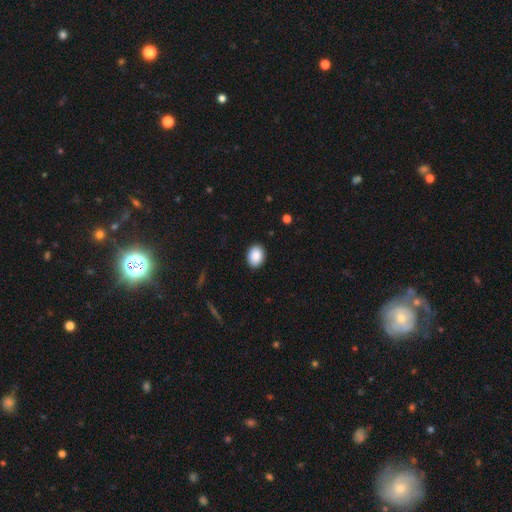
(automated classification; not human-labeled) Smooth or featured?
  - smooth: 89% *
  - star or artifact: 7%
  - featured or disk: 3%
How rounded?
  - in between: 71% *
  - round: 28%
  - cigar-shaped: 1%
Merging?
  - none: 90% *
  - minor disturbance: 7%
  - major disturbance: 2%
  - merger: 1%